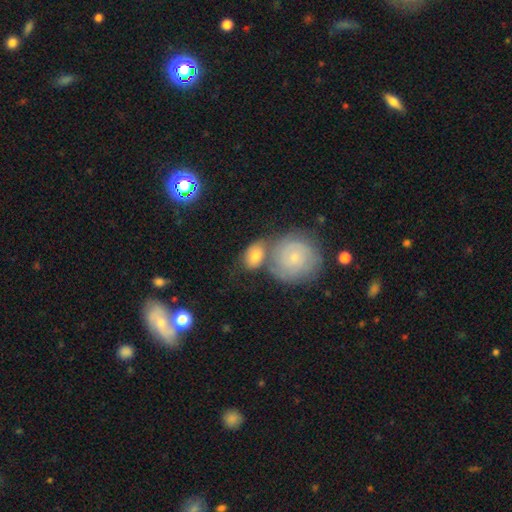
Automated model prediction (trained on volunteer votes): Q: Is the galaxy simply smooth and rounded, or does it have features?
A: smooth — 52%.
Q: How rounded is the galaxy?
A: in between — 59%.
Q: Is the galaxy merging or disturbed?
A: none — 47%.